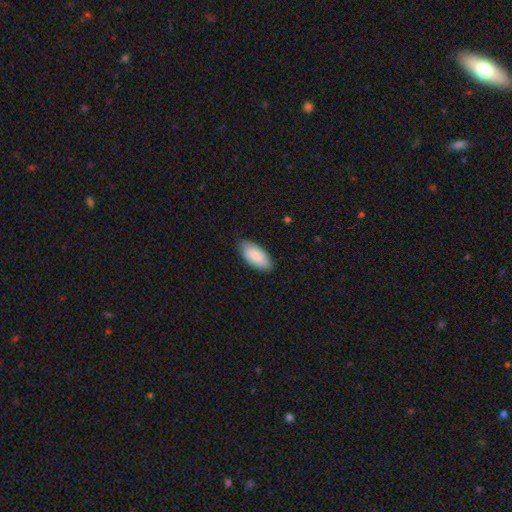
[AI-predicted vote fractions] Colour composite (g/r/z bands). It shows a smooth galaxy with no disk features (85%) that is in between round and cigar-shaped (93%). Merging: none (84%).